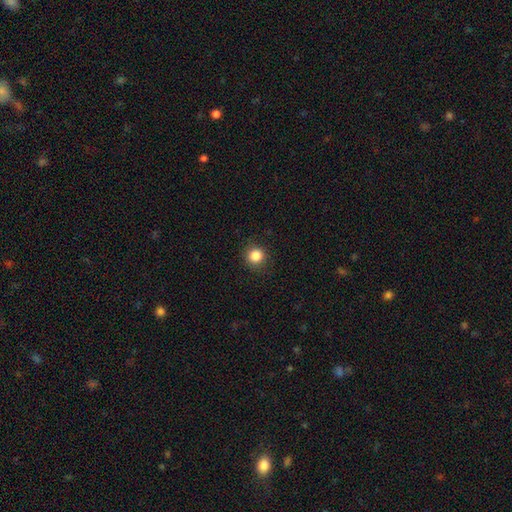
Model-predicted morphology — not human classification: Smooth or featured? Predicted: smooth (p=0.85). How rounded? Predicted: round (p=0.92). Merging? Predicted: none (p=0.89).